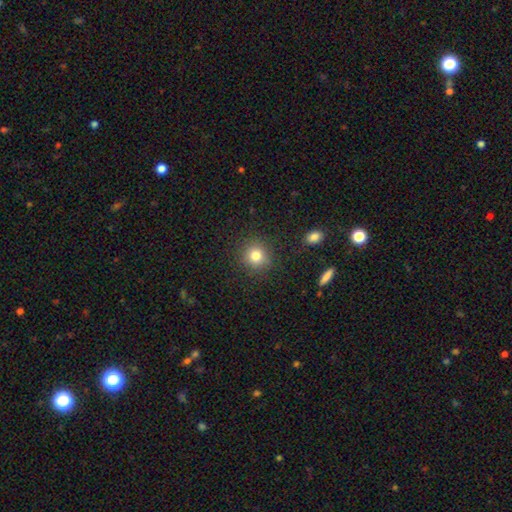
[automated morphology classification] type=smooth (82%); roundness=round (90%); merging=none (87%).